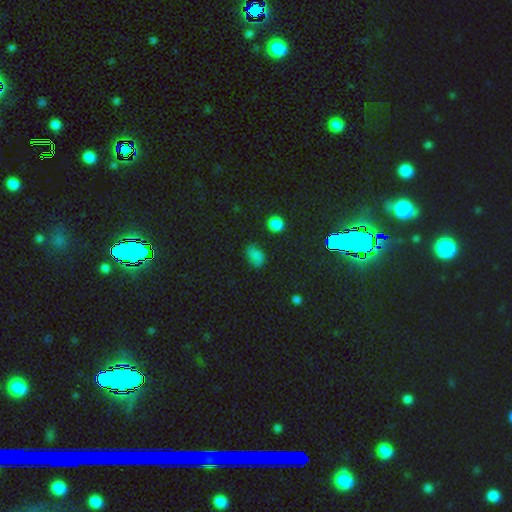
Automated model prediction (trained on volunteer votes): smooth-or-featured: smooth: 67% | star or artifact: 23% | featured or disk: 10%
  how-rounded: in between: 77% | round: 21% | cigar-shaped: 2%
  merging: none: 62% | minor disturbance: 26% | major disturbance: 9% | merger: 3%